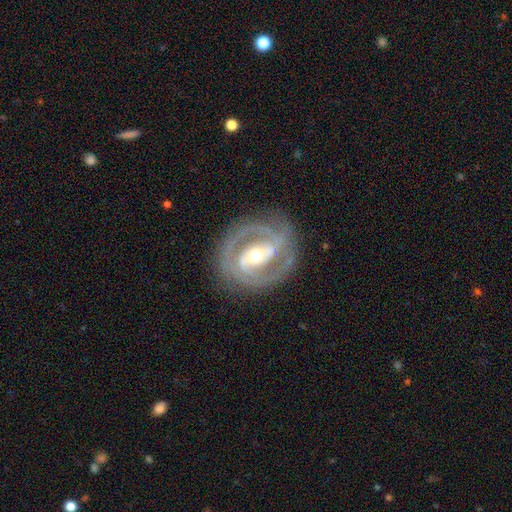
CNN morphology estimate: featured or disk 90%, smooth 6%, star or artifact 5%. Down the decision tree: edge-on disk — no (97%); bar — strong (43%); spiral arms — yes (96%); spiral arm count — 2 (70%); spiral winding — tight (56%); bulge size — moderate (64%); merging — none (81%).